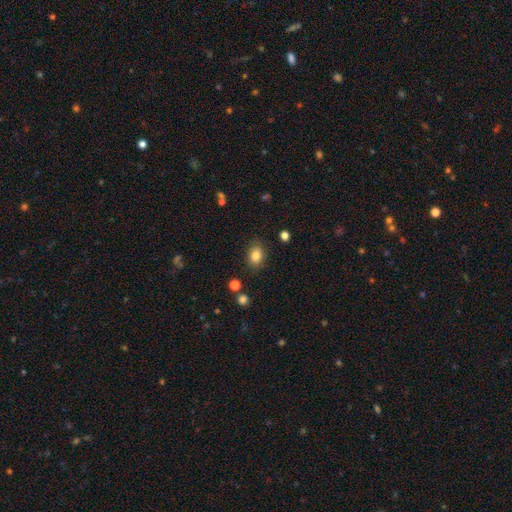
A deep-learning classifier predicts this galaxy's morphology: type=smooth (83%); roundness=in between (75%); merging=none (83%).